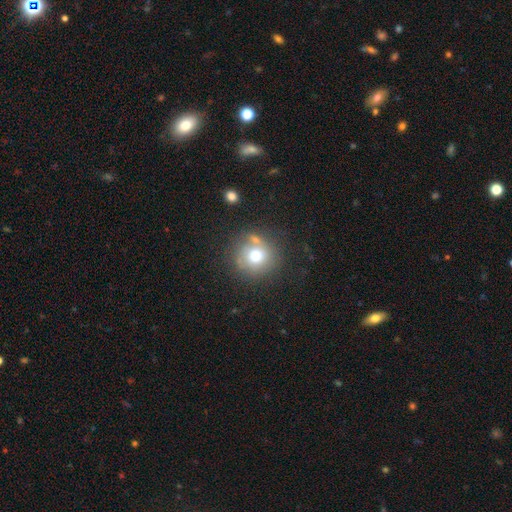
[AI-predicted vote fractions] Smooth or featured: smooth — 69% (featured or disk — 18%)
How rounded: round — 91% (in between — 8%)
Merging: none — 68% (minor disturbance — 14%)